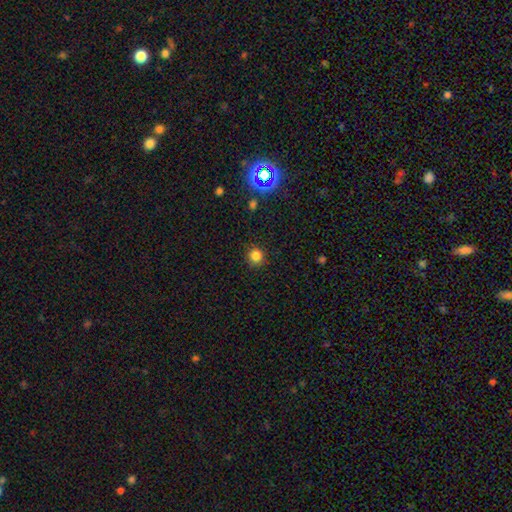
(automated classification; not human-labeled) smooth_or_featured: smooth (p=0.81) [alt: star or artifact p=0.14]
how_rounded: round (p=0.93) [alt: in between p=0.06]
merging: none (p=0.90) [alt: minor disturbance p=0.07]